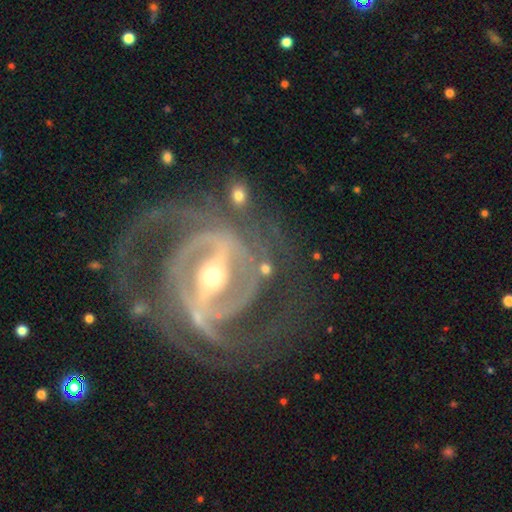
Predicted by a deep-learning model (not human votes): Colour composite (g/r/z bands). It shows a featured or disk galaxy (93%) with a strong bar (77%), 2 (44%) tight (46%) spiral arms (98%) and a small central bulge (48%). Merging: none (68%).